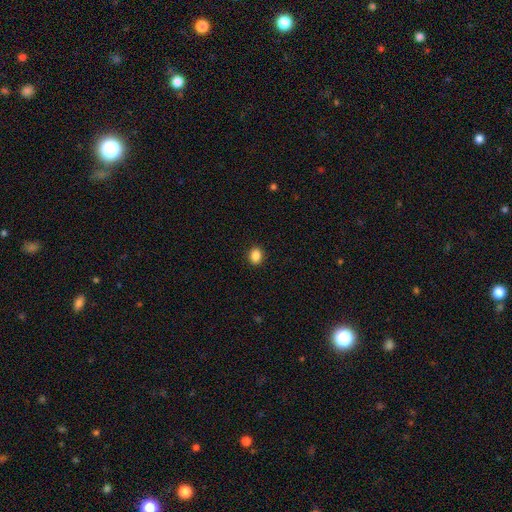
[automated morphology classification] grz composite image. It shows a smooth galaxy with no disk features (87%) that is in between round and cigar-shaped (50%). Merging: none (91%).